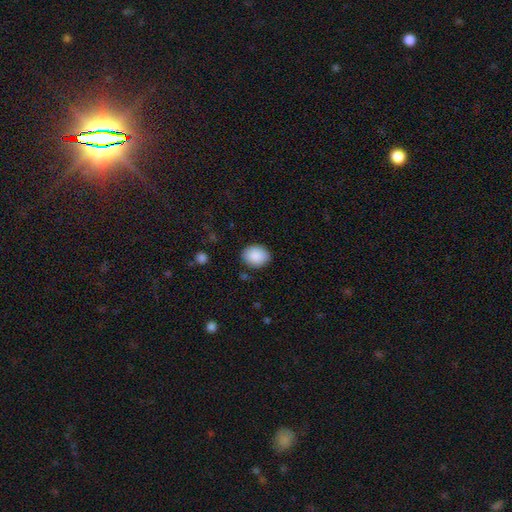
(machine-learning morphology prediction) type=smooth (90%); roundness=round (53%); merging=none (87%).